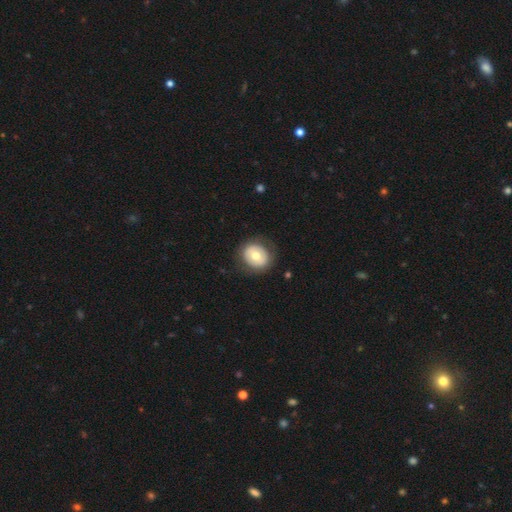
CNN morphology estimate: The model was most divided on "smooth or featured": smooth: 62%, featured or disk: 31%, star or artifact: 7%. More confident: merging — none (81%); how rounded — round (74%).